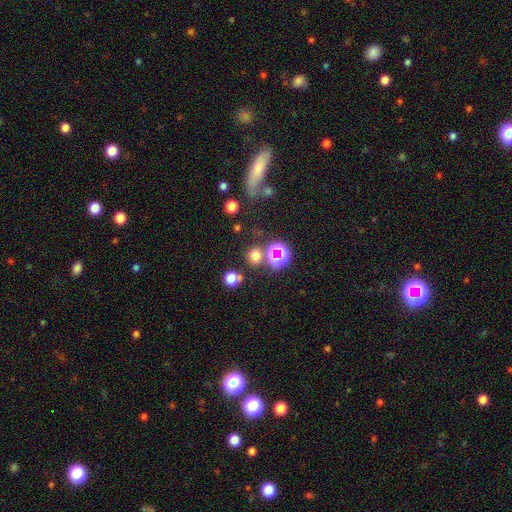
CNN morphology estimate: Overall: smooth (64%; star or artifact 29%). How rounded: round (86%). Merging: none (76%).